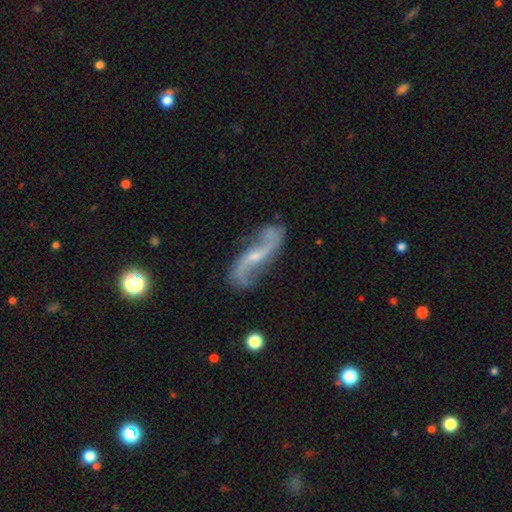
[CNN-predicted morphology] A featured or disk galaxy (88%) with a weak bar (38%, tied with no), 2 (93%) loose (79%) spiral arms (96%) and a small central bulge (66%). Merging: none (76%).